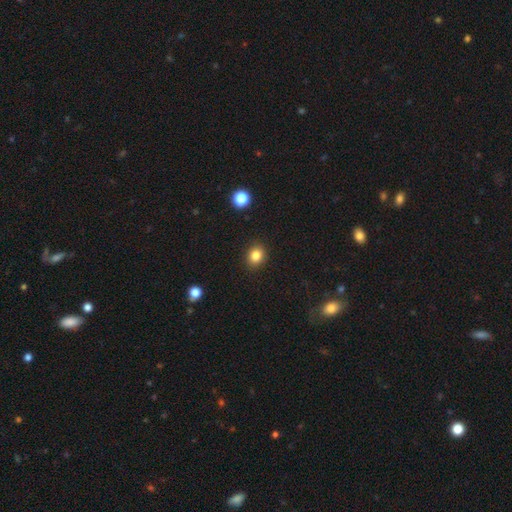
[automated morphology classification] Overall: smooth (83%). How rounded: round (69%; in between 31%). Merging: none (91%).